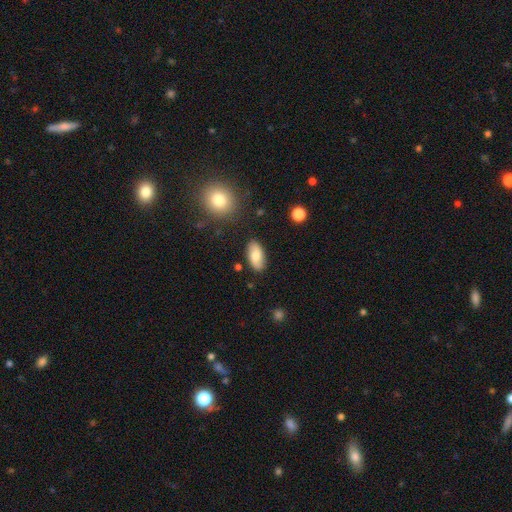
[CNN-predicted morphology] Smooth or featured?
  - smooth: 71% *
  - featured or disk: 22%
  - star or artifact: 7%
How rounded?
  - in between: 92% *
  - cigar-shaped: 4%
  - round: 4%
Merging?
  - none: 84% *
  - minor disturbance: 11%
  - major disturbance: 3%
  - merger: 2%